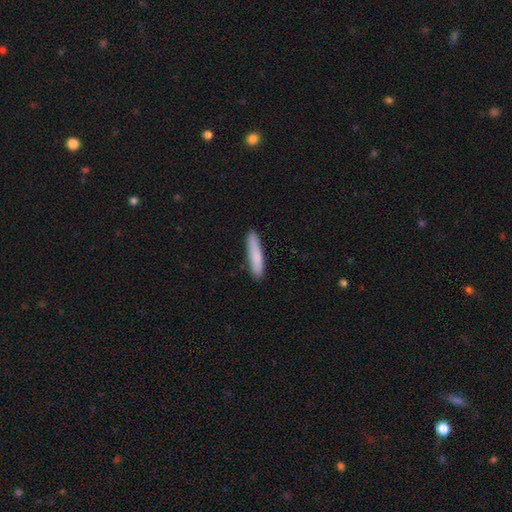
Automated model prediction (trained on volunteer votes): This is clearly a smooth galaxy (83%). How rounded: clearly cigar-shaped (90%). Merging: clearly none (88%).